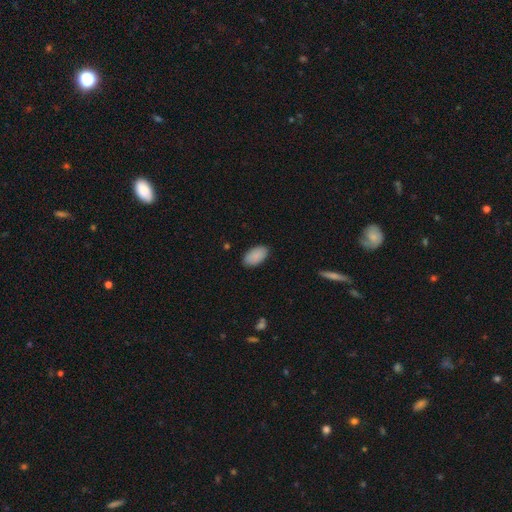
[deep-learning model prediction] Q: Smooth or featured?
A: smooth (88%); runner-up: star or artifact (7%)
Q: How rounded?
A: in between (95%); runner-up: round (3%)
Q: Merging?
A: none (85%); runner-up: minor disturbance (11%)